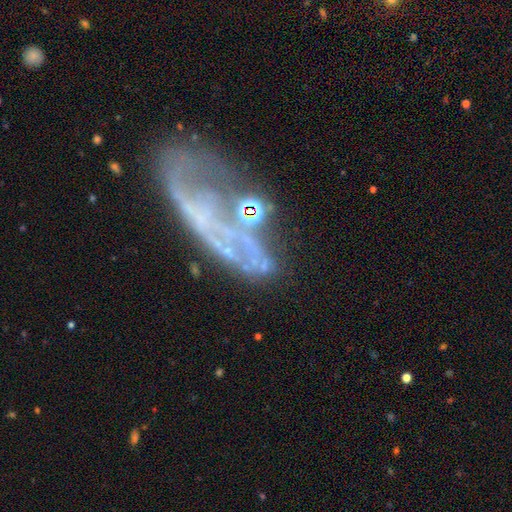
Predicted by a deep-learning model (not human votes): This is marginally a featured or disk galaxy (39%). Merging: possibly none (46%).